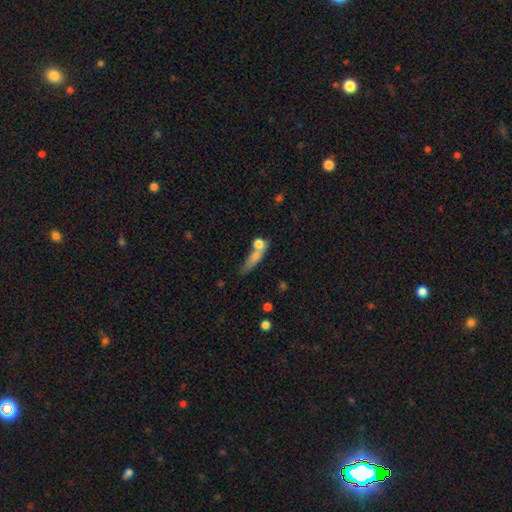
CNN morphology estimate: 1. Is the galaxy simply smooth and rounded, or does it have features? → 64% smooth, 25% featured or disk, 11% star or artifact.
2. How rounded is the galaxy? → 57% cigar-shaped, 28% in between, 15% round.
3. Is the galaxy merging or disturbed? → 40% none, 34% merger, 15% minor disturbance, 11% major disturbance.